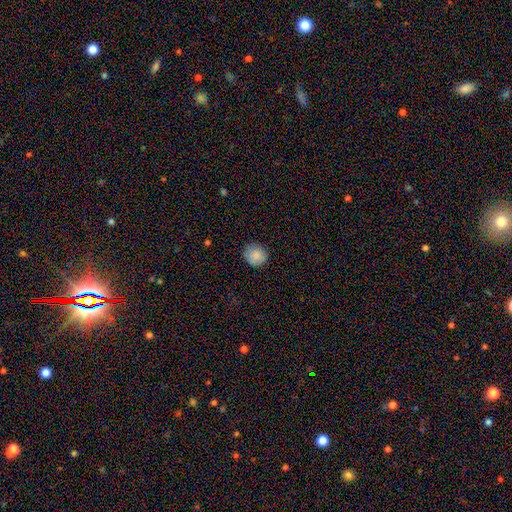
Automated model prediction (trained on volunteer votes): Smooth or featured?
  - smooth: 87% *
  - star or artifact: 8%
  - featured or disk: 5%
How rounded?
  - round: 78% *
  - in between: 21%
  - cigar-shaped: 1%
Merging?
  - none: 82% *
  - minor disturbance: 14%
  - major disturbance: 3%
  - merger: 1%